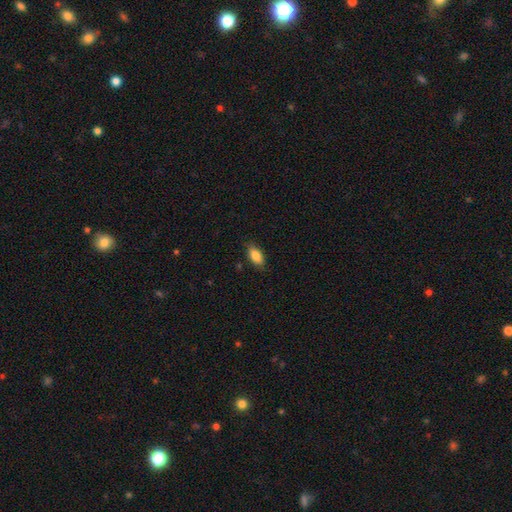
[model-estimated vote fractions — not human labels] smooth 86%, star or artifact 7%, featured or disk 7%. Down the decision tree: how rounded — in between (90%); merging — none (83%).